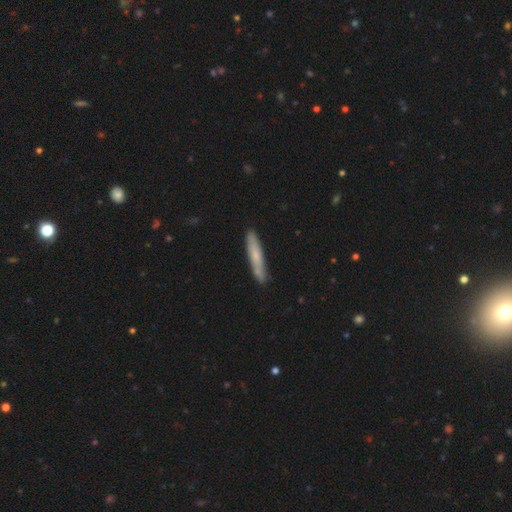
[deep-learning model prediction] Smooth or featured? Predicted: smooth (p=0.61). How rounded? Predicted: cigar-shaped (p=0.94). Merging? Predicted: none (p=0.83).